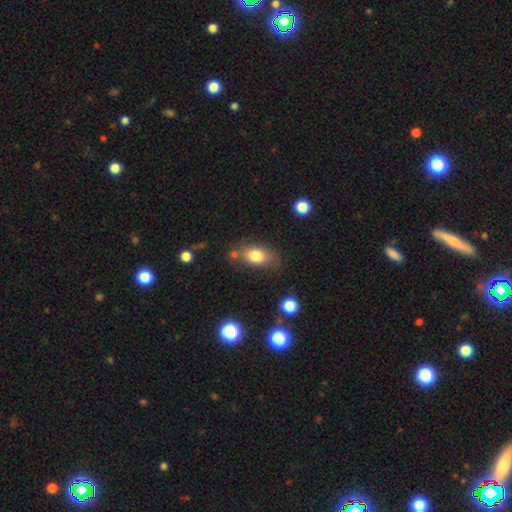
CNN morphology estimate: Overall: smooth (78%). How rounded: in between (82%). Merging: none (67%).